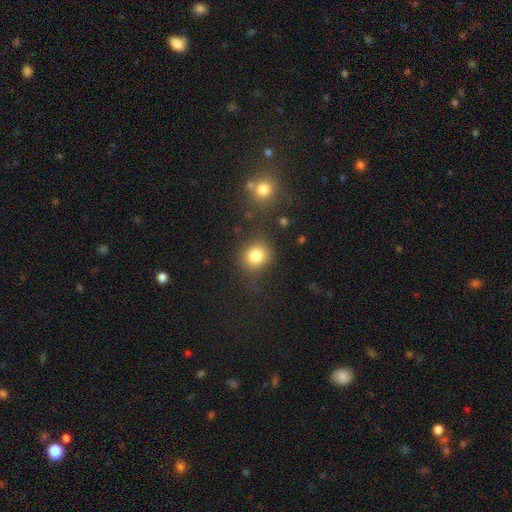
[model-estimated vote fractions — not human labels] This is clearly a smooth galaxy (82%). How rounded: clearly round (82%). Merging: likely none (77%).